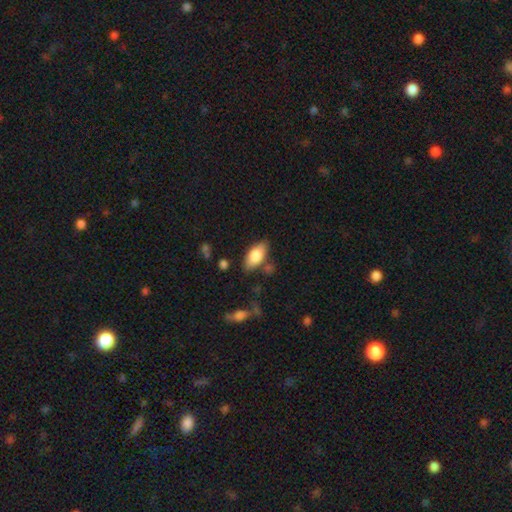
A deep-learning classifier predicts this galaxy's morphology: smooth 79%, featured or disk 15%, star or artifact 7%. Down the decision tree: how rounded — in between (90%); merging — none (77%).